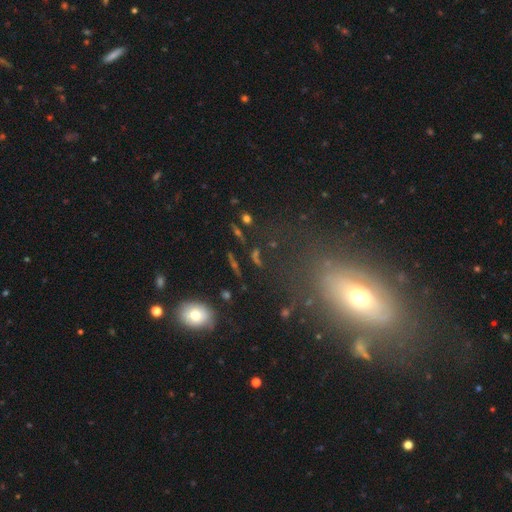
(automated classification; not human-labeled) smooth_or_featured: smooth (p=0.40) [alt: featured or disk p=0.32]
merging: none (p=0.71) [alt: minor disturbance p=0.13]